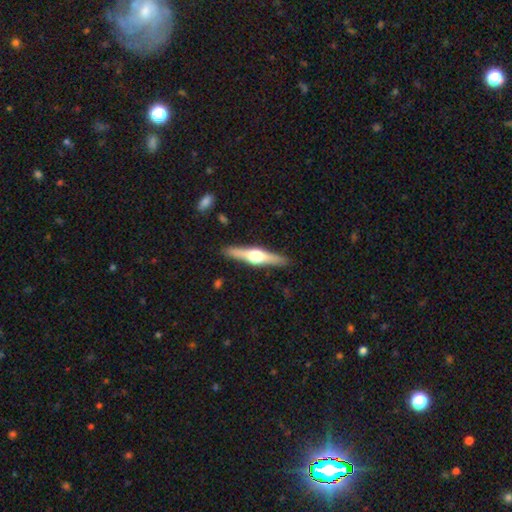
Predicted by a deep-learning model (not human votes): A featured or disk galaxy (70%) viewed edge-on (97%) with a rounded central bulge (94%).

Vote fractions:
- Smooth or featured? featured or disk: 70% / smooth: 25% / star or artifact: 5%
- Edge-on disk? yes: 97% / no: 3%
- Edge-on bulge? rounded: 94% / boxy: 4% / none: 2%
- Merging? none: 90% / minor disturbance: 7% / major disturbance: 1% / merger: 1%